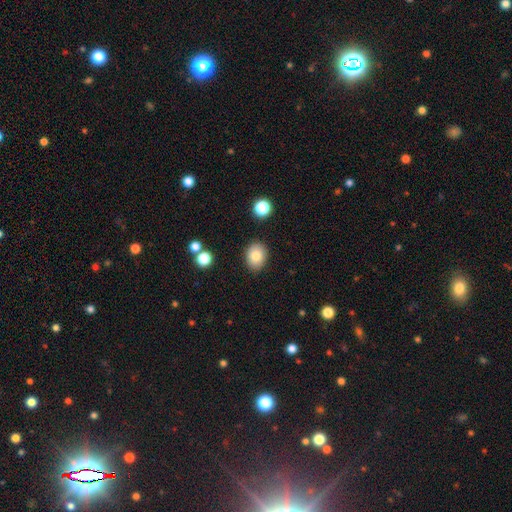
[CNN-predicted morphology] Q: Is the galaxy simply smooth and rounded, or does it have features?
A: smooth — 82%.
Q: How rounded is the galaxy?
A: in between — 60%.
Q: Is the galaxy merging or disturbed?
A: none — 87%.